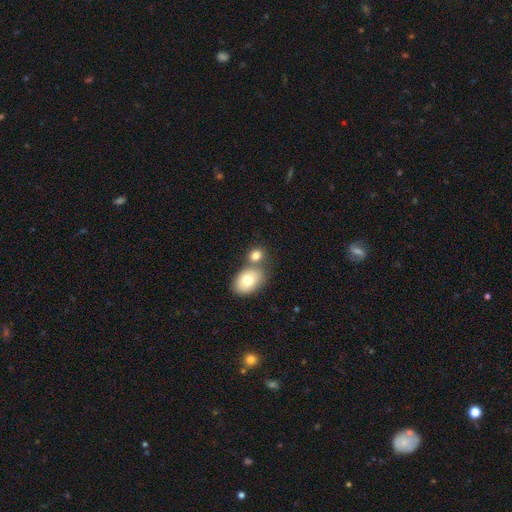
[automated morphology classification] Overall: smooth (78%). How rounded: in between (51%; round 47%). Merging: none (48%; merger 39%).